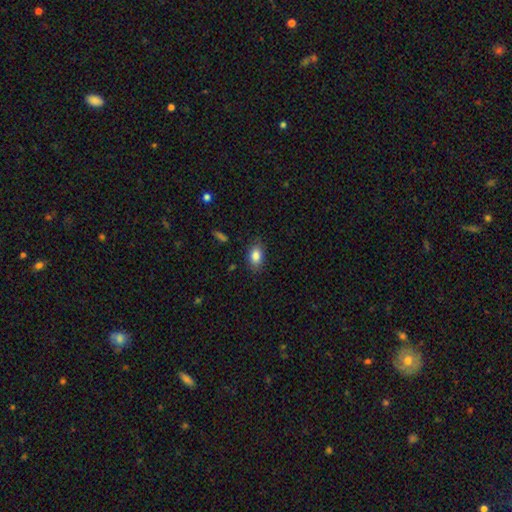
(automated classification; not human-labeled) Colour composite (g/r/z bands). It shows a smooth galaxy with no disk features (84%) that is in between round and cigar-shaped (82%). Merging: none (83%).